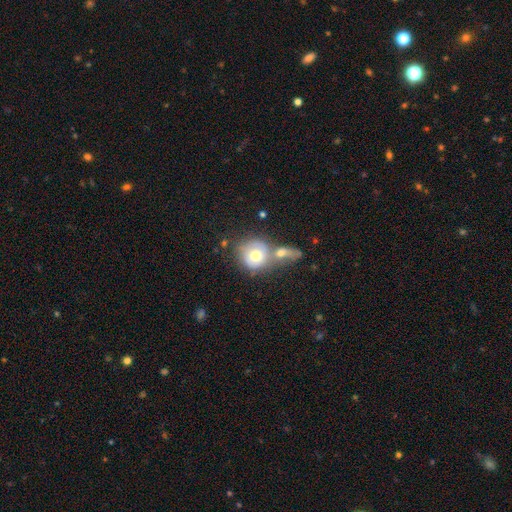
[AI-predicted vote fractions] smooth_or_featured: smooth (p=0.64) [alt: featured or disk p=0.29]
how_rounded: round (p=0.85) [alt: in between p=0.14]
merging: merger (p=0.51) [alt: none p=0.32]